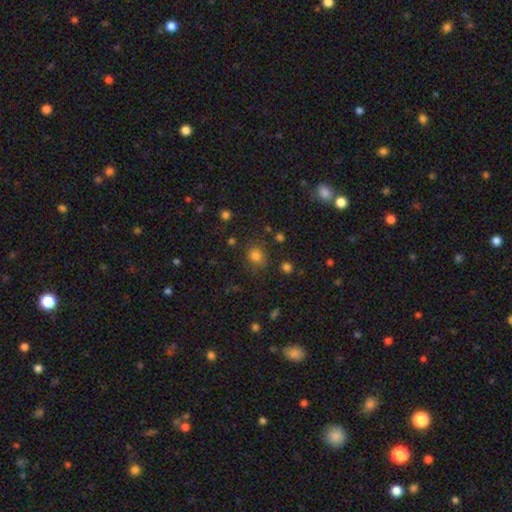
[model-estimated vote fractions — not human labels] Morphology: type=smooth (79%); roundness=round (66%); merging=none (74%).